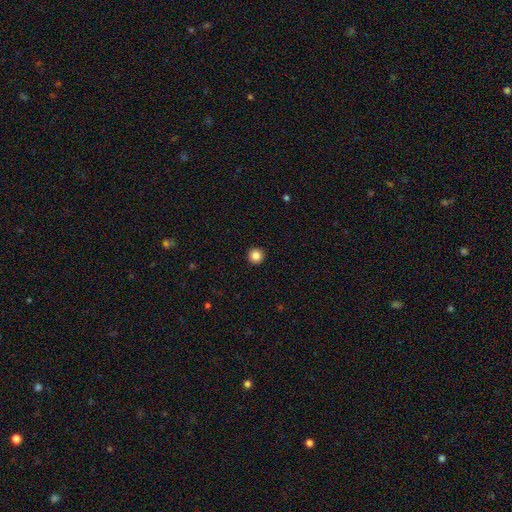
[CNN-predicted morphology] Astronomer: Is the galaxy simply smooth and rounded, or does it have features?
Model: smooth — 85%.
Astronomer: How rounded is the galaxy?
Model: round — 96%.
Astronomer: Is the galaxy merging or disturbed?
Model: none — 94%.